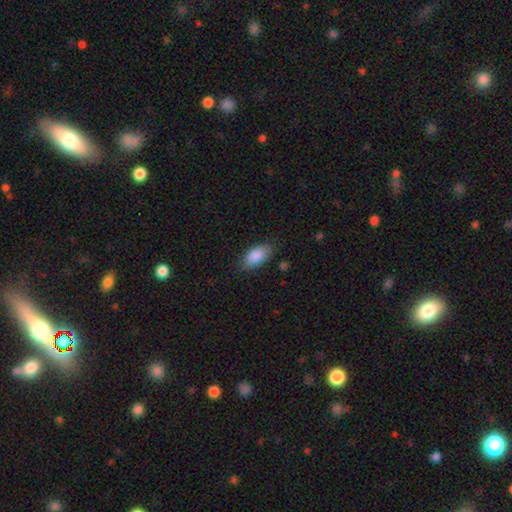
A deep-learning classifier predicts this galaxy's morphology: A smooth galaxy with no disk features (88%) that is in between round and cigar-shaped (93%). Merging: none (81%).